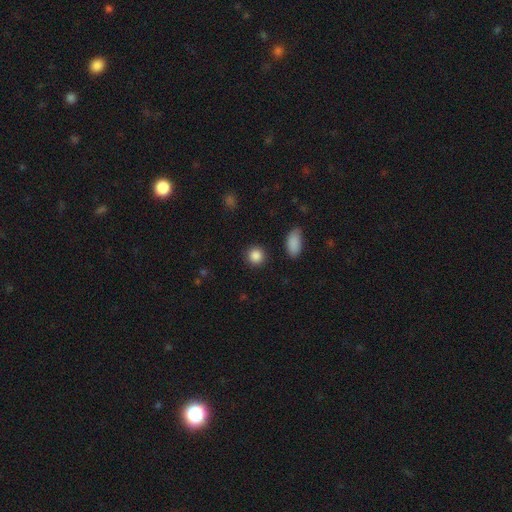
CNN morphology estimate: Smooth or featured: smooth — 87% (star or artifact — 9%)
How rounded: round — 89% (in between — 10%)
Merging: none — 90% (minor disturbance — 6%)